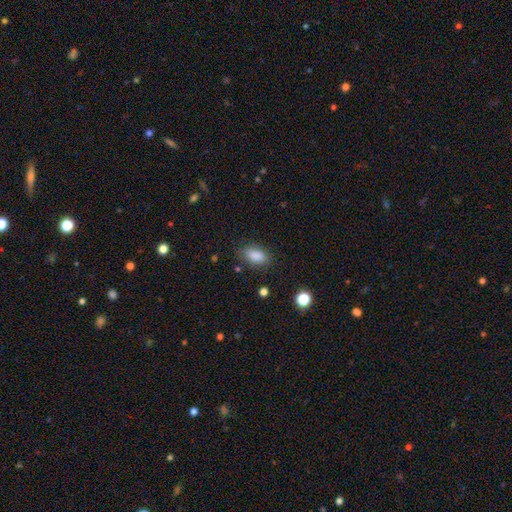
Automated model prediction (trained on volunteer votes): smooth 87%, star or artifact 9%, featured or disk 5%. Down the decision tree: how rounded — in between (89%); merging — none (78%).